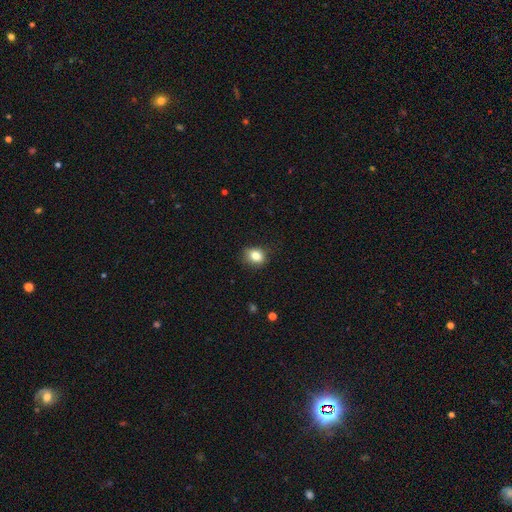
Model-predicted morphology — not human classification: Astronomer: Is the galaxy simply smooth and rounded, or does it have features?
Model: smooth — 82%.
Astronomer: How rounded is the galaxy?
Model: in between — 50% (runner-up: round, 49%).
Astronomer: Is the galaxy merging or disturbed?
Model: none — 73%.